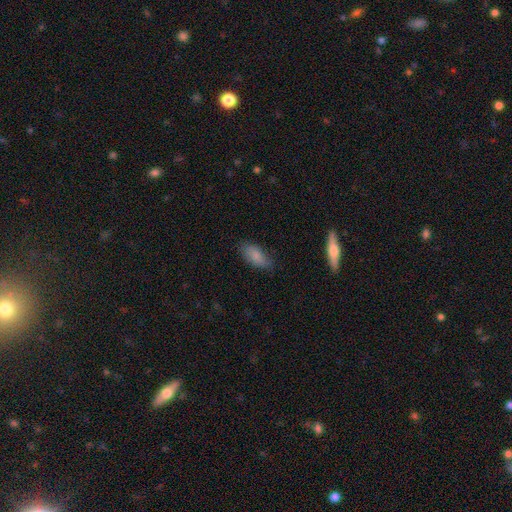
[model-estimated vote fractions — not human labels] smooth 83%, featured or disk 11%, star or artifact 7%. Down the decision tree: how rounded — in between (89%); merging — none (75%).